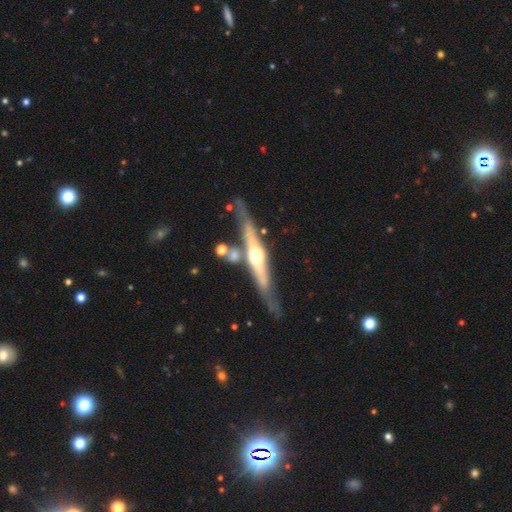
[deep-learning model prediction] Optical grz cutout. It shows a featured or disk galaxy (76%) viewed edge-on (94%) with a rounded central bulge (91%). Merging: none (72%).